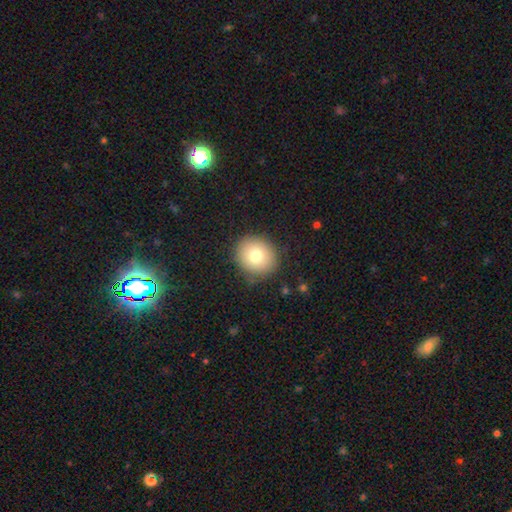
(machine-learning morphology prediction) smooth_or_featured: smooth (p=0.76) [alt: featured or disk p=0.13]
how_rounded: round (p=0.82) [alt: in between p=0.17]
merging: none (p=0.86) [alt: minor disturbance p=0.10]